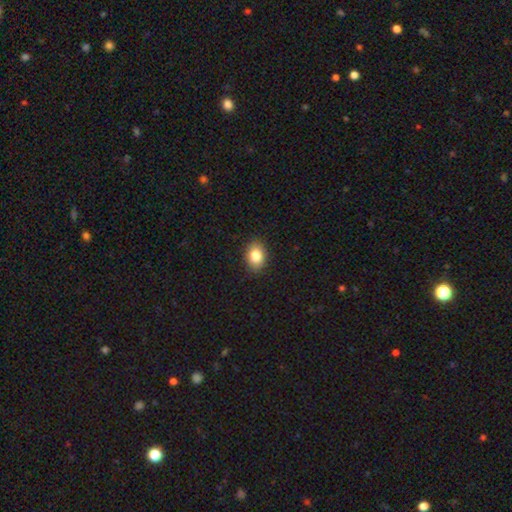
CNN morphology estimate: Overall: smooth (84%). How rounded: in between (72%). Merging: none (89%).